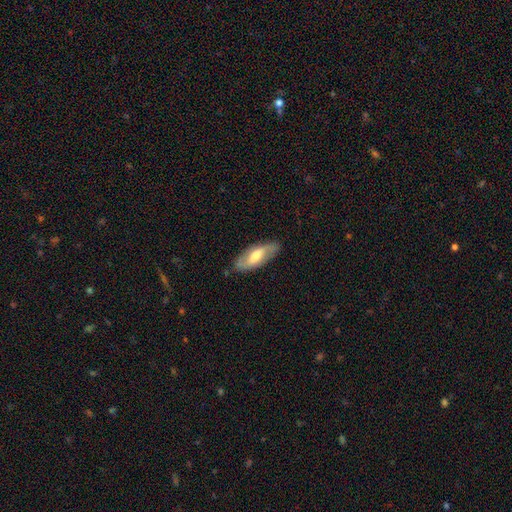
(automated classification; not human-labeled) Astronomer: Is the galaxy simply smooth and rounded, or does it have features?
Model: featured or disk — 55% (runner-up: smooth, 39%).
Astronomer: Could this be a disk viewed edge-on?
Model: no — 82%.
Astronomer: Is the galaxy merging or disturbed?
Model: none — 84%.